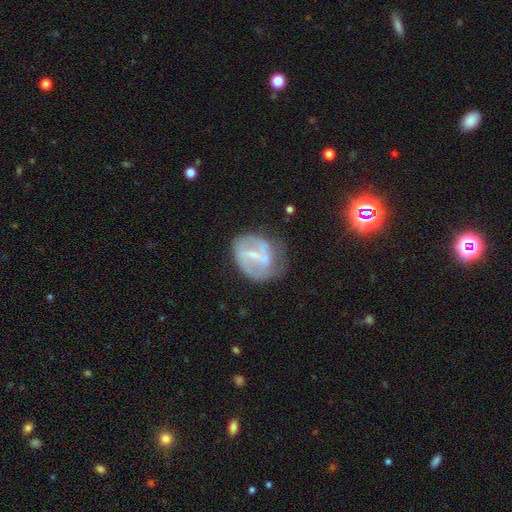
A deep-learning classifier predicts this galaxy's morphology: smooth_or_featured: featured or disk (p=0.74) [alt: smooth p=0.19]
disk_edge_on: no (p=0.97) [alt: yes p=0.03]
bar: weak (p=0.45) [alt: strong p=0.38]
has_spiral_arms: yes (p=0.74) [alt: no p=0.26]
spiral_winding: medium (p=0.42) [alt: loose p=0.31]
spiral_arm_count: 2 (p=0.67) [alt: can't tell p=0.18]
bulge_size: small (p=0.62) [alt: moderate p=0.24]
merging: none (p=0.48) [alt: minor disturbance p=0.28]